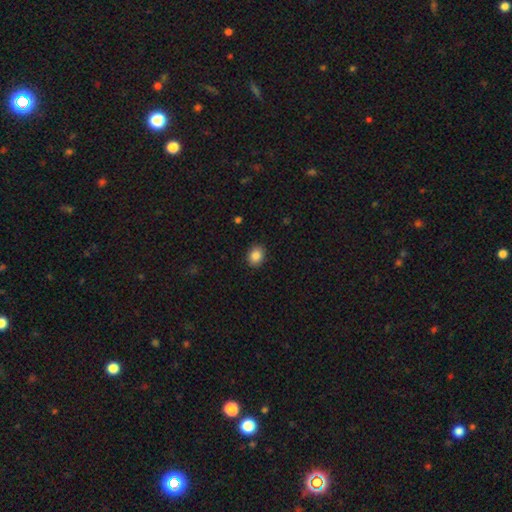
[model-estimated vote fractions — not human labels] Morphology: type=smooth (87%); roundness=in between (52%); merging=none (89%).